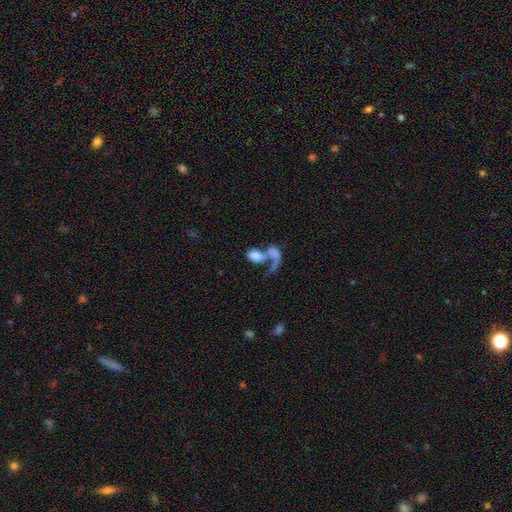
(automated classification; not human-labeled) The model was most divided on "smooth or featured": smooth: 63%, featured or disk: 28%, star or artifact: 9%. More confident: how rounded — in between (78%); merging — merger (58%).